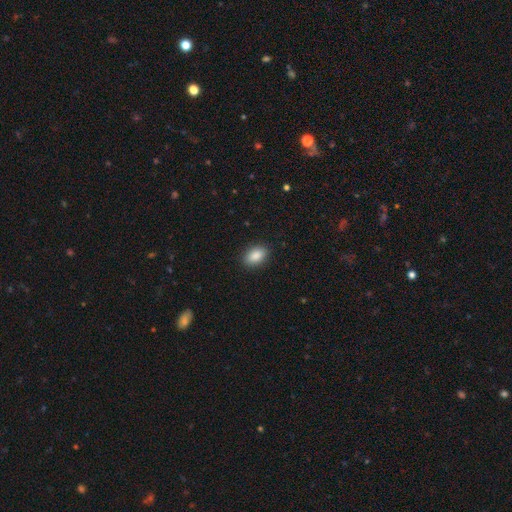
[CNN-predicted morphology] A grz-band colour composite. It shows a smooth galaxy with no disk features (88%) that is in between round and cigar-shaped (89%). Merging: none (89%).